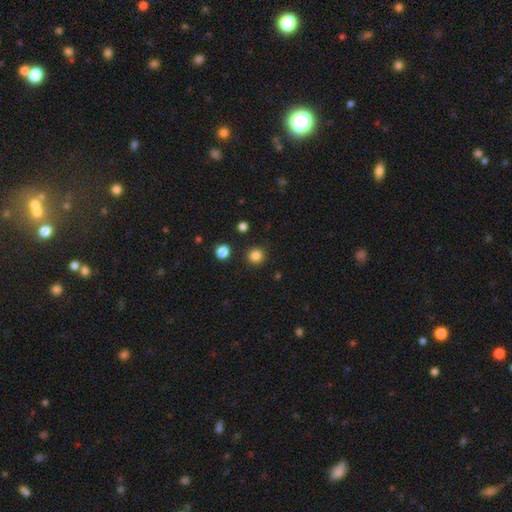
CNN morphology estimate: Overall: smooth (83%). How rounded: round (94%). Merging: none (91%).